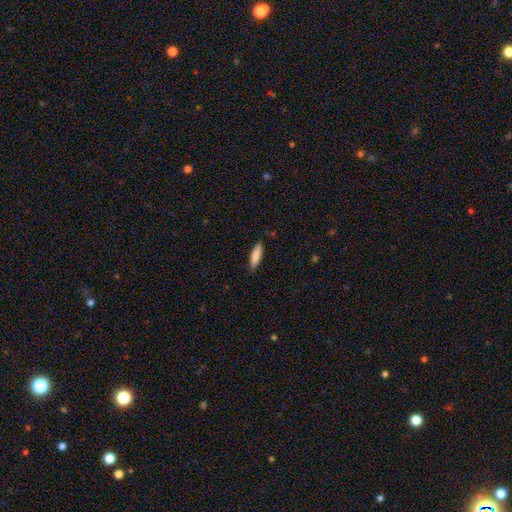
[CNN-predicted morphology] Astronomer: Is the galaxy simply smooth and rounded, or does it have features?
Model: smooth — 85%.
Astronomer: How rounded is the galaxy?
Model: cigar-shaped — 58% (runner-up: in between, 40%).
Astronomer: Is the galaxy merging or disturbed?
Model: none — 83%.